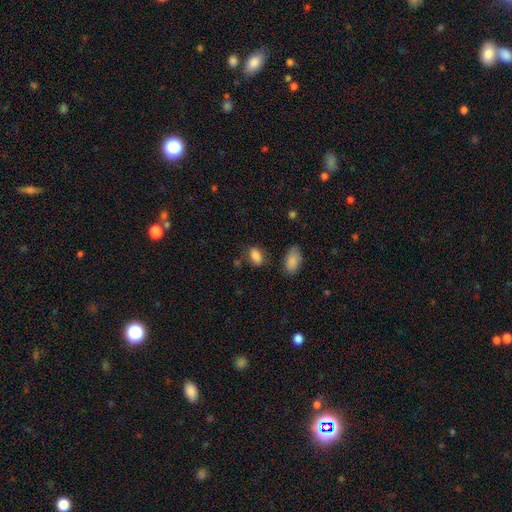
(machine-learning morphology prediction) Overall: smooth (85%). How rounded: in between (89%). Merging: none (72%).